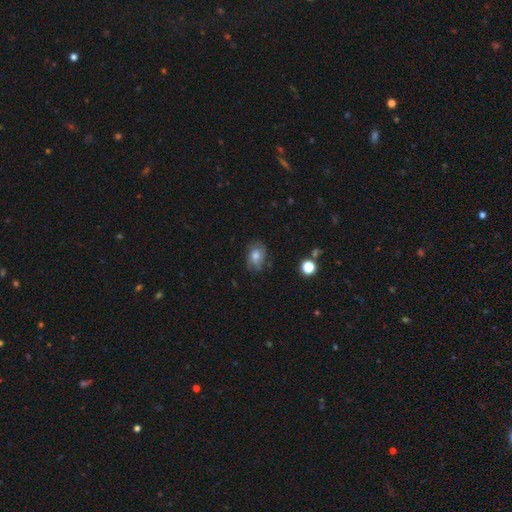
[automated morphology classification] smooth 52%, featured or disk 36%, star or artifact 12%. Down the decision tree: how rounded — in between (69%); merging — none (68%).